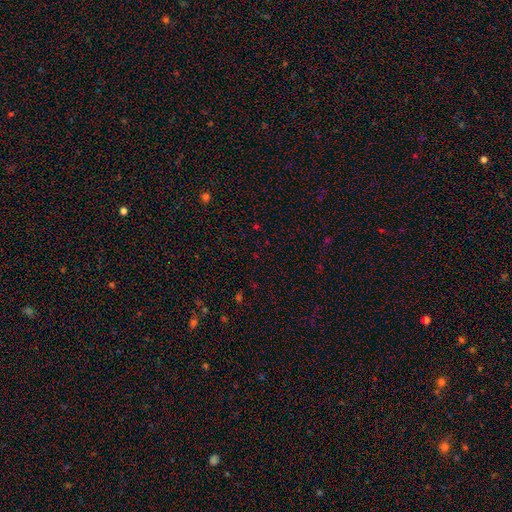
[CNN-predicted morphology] A star or artifact, not a galaxy (62%).